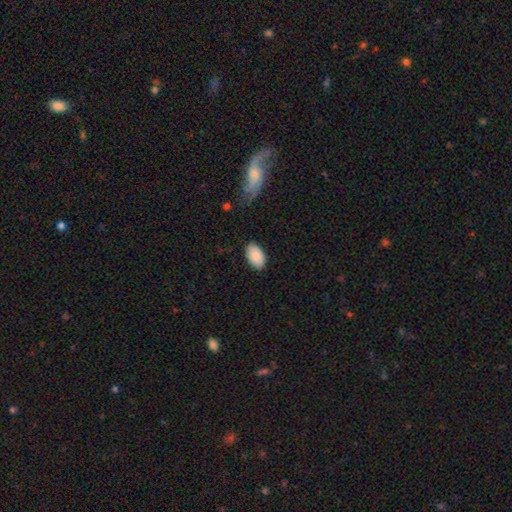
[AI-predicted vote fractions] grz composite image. It shows a smooth galaxy with no disk features (89%) that is in between round and cigar-shaped (94%). Merging: none (84%).